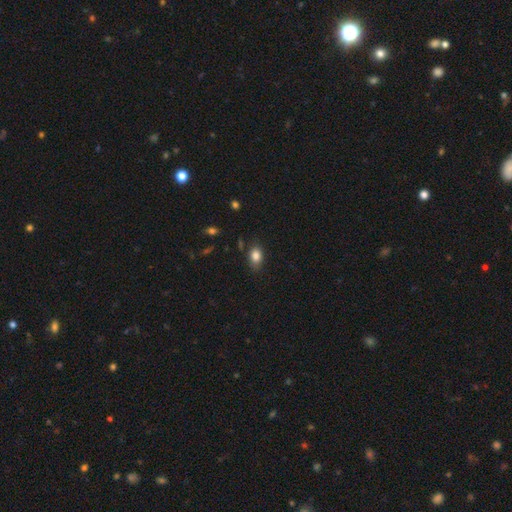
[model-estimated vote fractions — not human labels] Smooth or featured? smooth (84%)
How rounded? in between (79%)
Merging? none (77%)